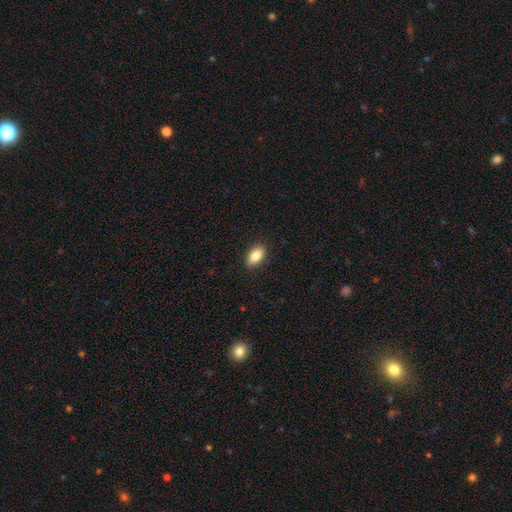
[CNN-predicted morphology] Q: Smooth or featured?
A: smooth (85%); runner-up: featured or disk (8%)
Q: How rounded?
A: in between (90%); runner-up: round (5%)
Q: Merging?
A: none (89%); runner-up: minor disturbance (9%)